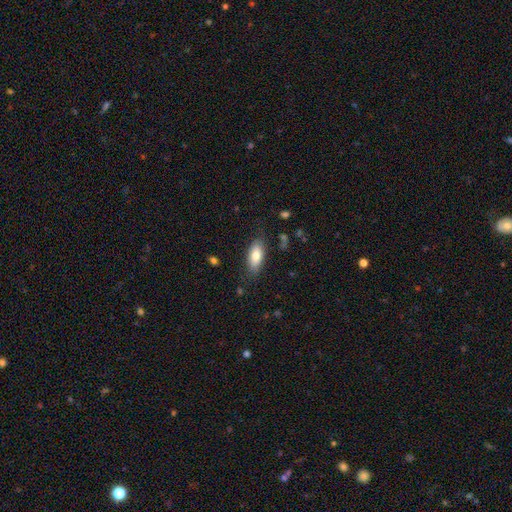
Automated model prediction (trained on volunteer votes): This appears to be a smooth galaxy with no disk features (79%) that is in between round and cigar-shaped (84%). Merging: none (80%).